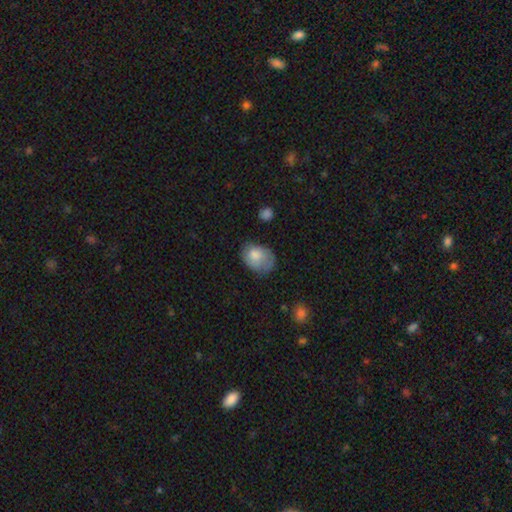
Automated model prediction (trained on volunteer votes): smooth 77%, featured or disk 16%, star or artifact 7%. Down the decision tree: how rounded — in between (72%); merging — none (46%).